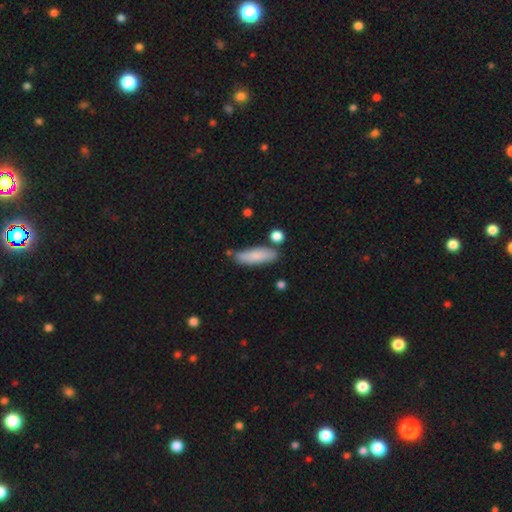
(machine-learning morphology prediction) Smooth or featured? smooth (81%)
How rounded? cigar-shaped (55%)
Merging? none (76%)